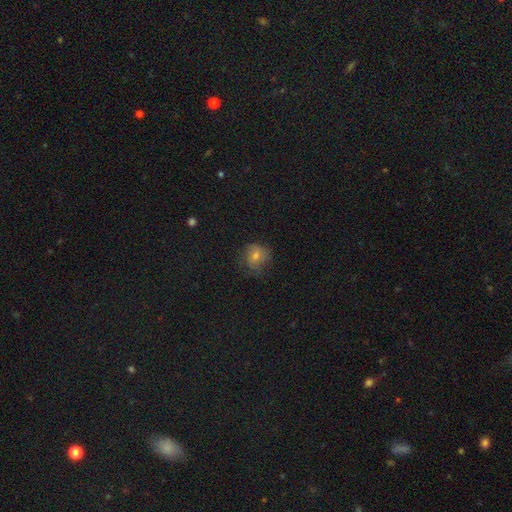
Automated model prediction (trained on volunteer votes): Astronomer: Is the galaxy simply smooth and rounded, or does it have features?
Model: smooth — 59%.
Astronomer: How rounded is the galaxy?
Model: round — 85%.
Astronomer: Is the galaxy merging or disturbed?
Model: none — 68%.